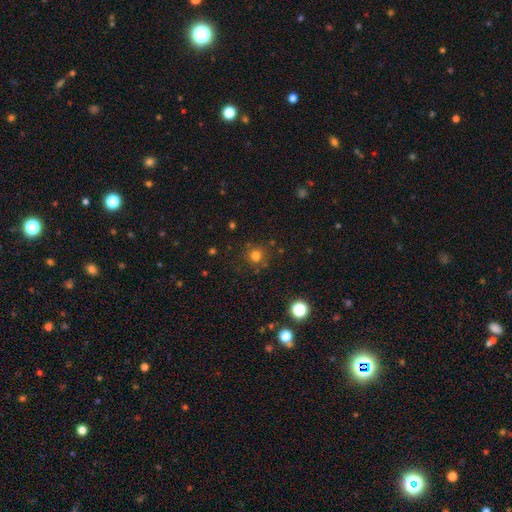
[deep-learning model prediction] smooth-or-featured: smooth: 77% | star or artifact: 17% | featured or disk: 6%
  how-rounded: round: 93% | in between: 6% | cigar-shaped: 1%
  merging: none: 83% | minor disturbance: 9% | merger: 4% | major disturbance: 4%